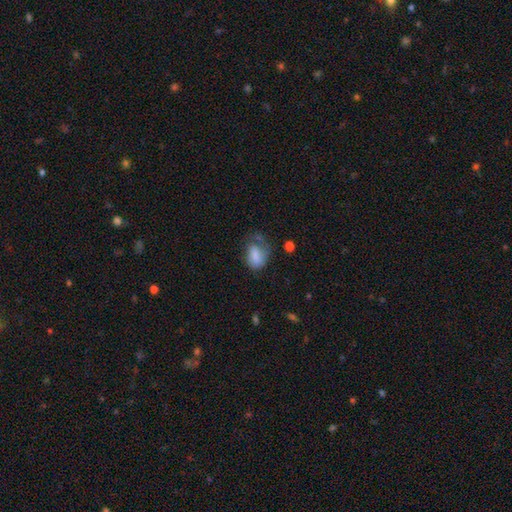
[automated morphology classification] Smooth or featured?
  - smooth: 75% *
  - featured or disk: 17%
  - star or artifact: 8%
How rounded?
  - in between: 81% *
  - round: 17%
  - cigar-shaped: 2%
Merging?
  - none: 34% *
  - major disturbance: 30%
  - minor disturbance: 30%
  - merger: 7%